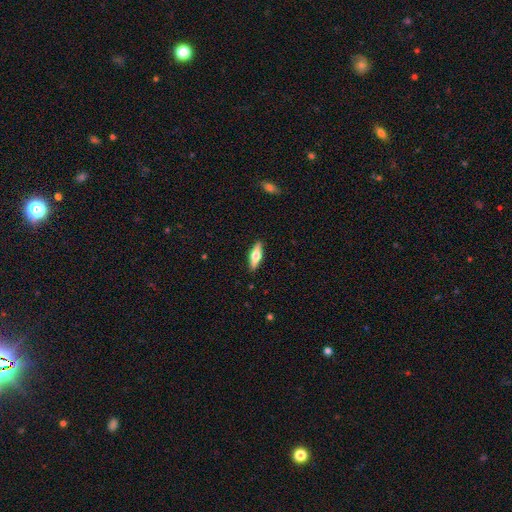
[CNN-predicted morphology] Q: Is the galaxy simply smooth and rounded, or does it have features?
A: smooth — 51%.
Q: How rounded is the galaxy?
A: in between — 50%.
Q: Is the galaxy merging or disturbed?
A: none — 90%.